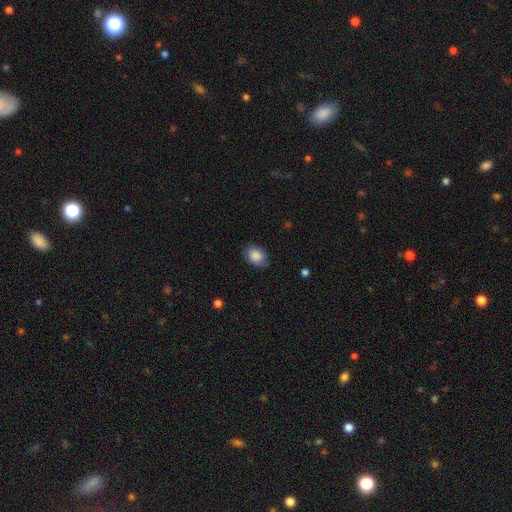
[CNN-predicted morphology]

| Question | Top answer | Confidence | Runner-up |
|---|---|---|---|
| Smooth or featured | smooth | 87% | star or artifact (7%) |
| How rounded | in between | 71% | round (28%) |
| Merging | none | 80% | minor disturbance (16%) |